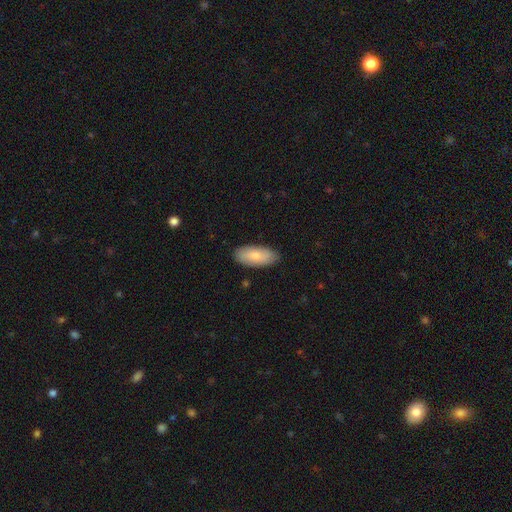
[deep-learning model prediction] A smooth galaxy with no disk features (79%) that is in between round and cigar-shaped (90%).

Vote fractions:
- Smooth or featured? smooth: 79% / featured or disk: 16% / star or artifact: 5%
- How rounded? in between: 90% / cigar-shaped: 8% / round: 2%
- Merging? none: 86% / minor disturbance: 11% / major disturbance: 2% / merger: 1%